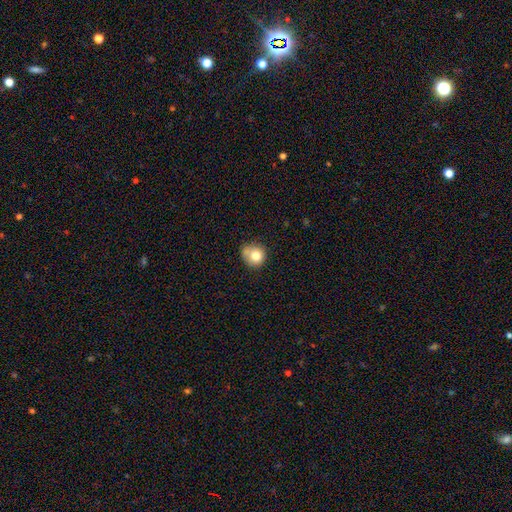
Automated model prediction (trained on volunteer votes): smooth_or_featured: smooth (p=0.77) [alt: featured or disk p=0.12]
how_rounded: round (p=0.82) [alt: in between p=0.17]
merging: none (p=0.56) [alt: minor disturbance p=0.29]